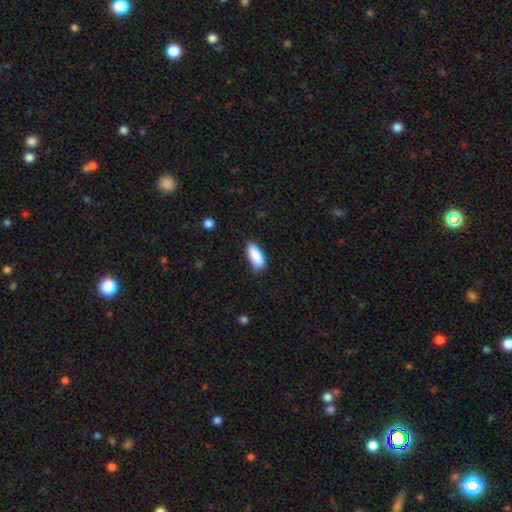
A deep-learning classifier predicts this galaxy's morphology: A smooth galaxy with no disk features (89%) that is in between round and cigar-shaped (77%). Merging: none (79%).